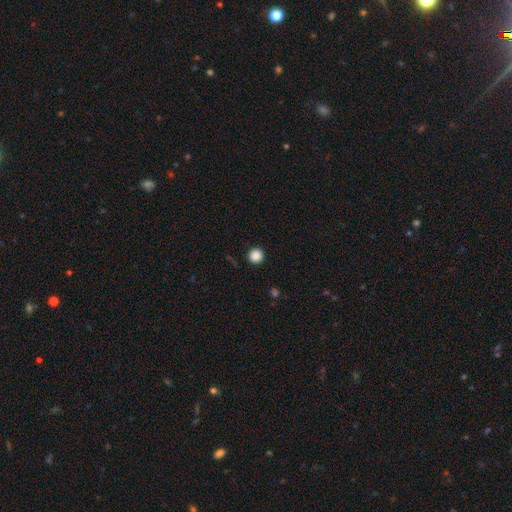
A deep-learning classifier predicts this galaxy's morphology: The model was most divided on "smooth or featured": smooth: 87%, star or artifact: 11%, featured or disk: 2%. More confident: how rounded — round (95%); merging — none (91%).